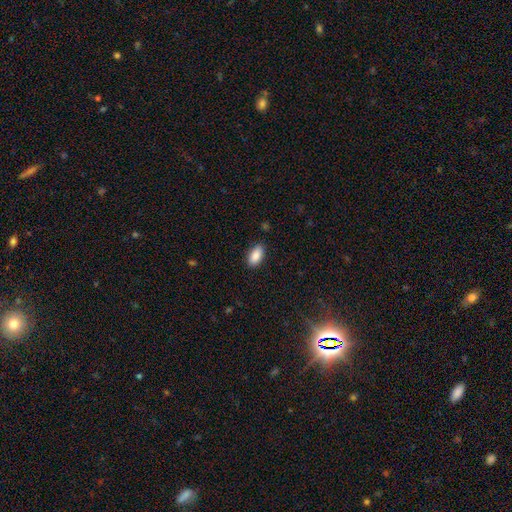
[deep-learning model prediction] A smooth galaxy with no disk features (89%) that is in between round and cigar-shaped (93%).

Vote fractions:
- Smooth or featured? smooth: 89% / star or artifact: 7% / featured or disk: 4%
- How rounded? in between: 93% / cigar-shaped: 4% / round: 3%
- Merging? none: 86% / minor disturbance: 10% / major disturbance: 2% / merger: 1%